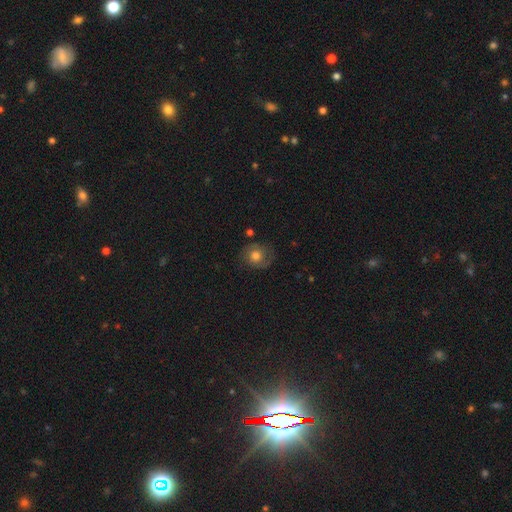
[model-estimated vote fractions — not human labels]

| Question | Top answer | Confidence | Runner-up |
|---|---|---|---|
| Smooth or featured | smooth | 55% | featured or disk (34%) |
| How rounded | round | 76% | in between (23%) |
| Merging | none | 71% | minor disturbance (18%) |